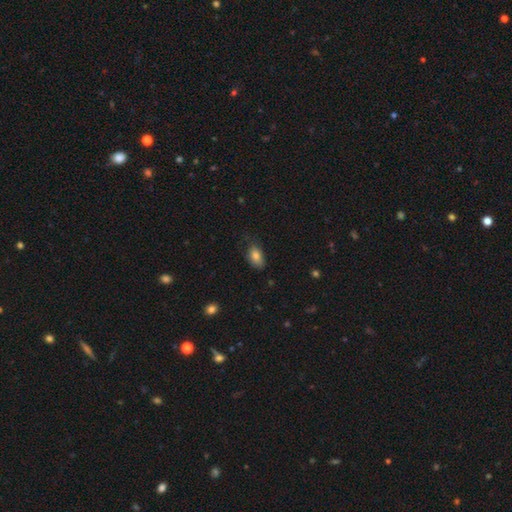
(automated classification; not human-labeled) Overall: smooth (82%). How rounded: in between (90%). Merging: none (70%).